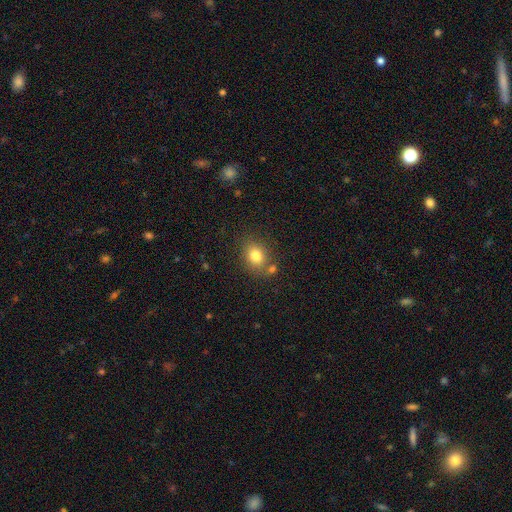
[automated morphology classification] Smooth or featured: smooth — 80% (star or artifact — 11%)
How rounded: in between — 51% (round — 48%)
Merging: none — 72% (minor disturbance — 13%)